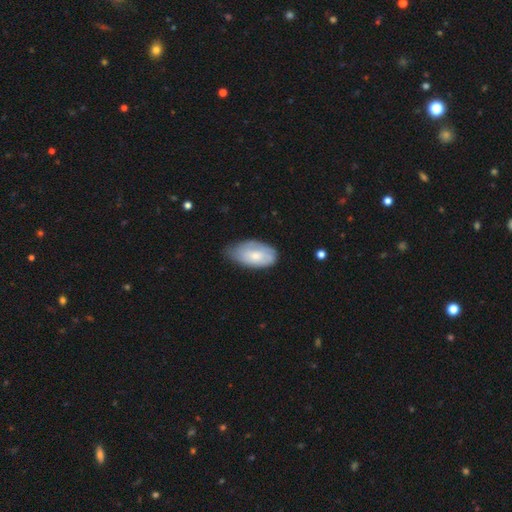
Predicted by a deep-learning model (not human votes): Smooth or featured?
  - smooth: 63% *
  - featured or disk: 31%
  - star or artifact: 6%
How rounded?
  - in between: 94% *
  - round: 3%
  - cigar-shaped: 2%
Merging?
  - none: 51% *
  - minor disturbance: 39%
  - major disturbance: 8%
  - merger: 2%